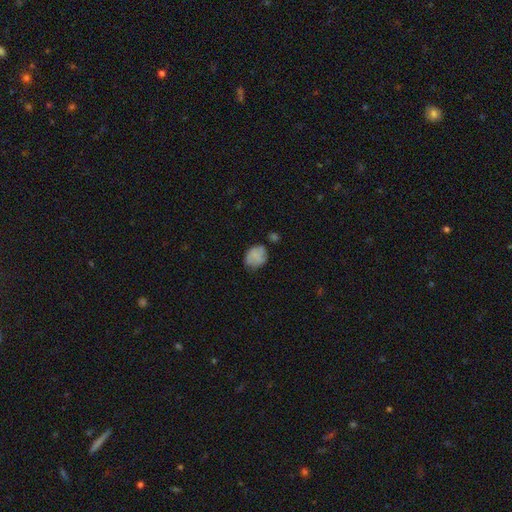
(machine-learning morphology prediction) Q: Smooth or featured?
A: smooth (68%); runner-up: featured or disk (23%)
Q: How rounded?
A: in between (50%); runner-up: round (49%)
Q: Merging?
A: none (56%); runner-up: minor disturbance (28%)